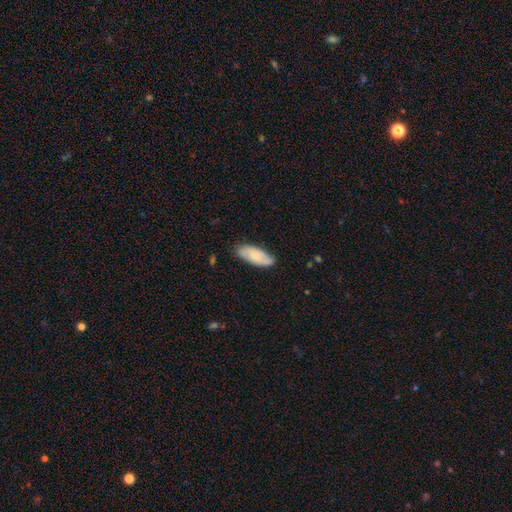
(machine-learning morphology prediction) The model was most divided on "smooth or featured": smooth: 64%, featured or disk: 30%, star or artifact: 6%. More confident: merging — none (81%); how rounded — in between (80%).